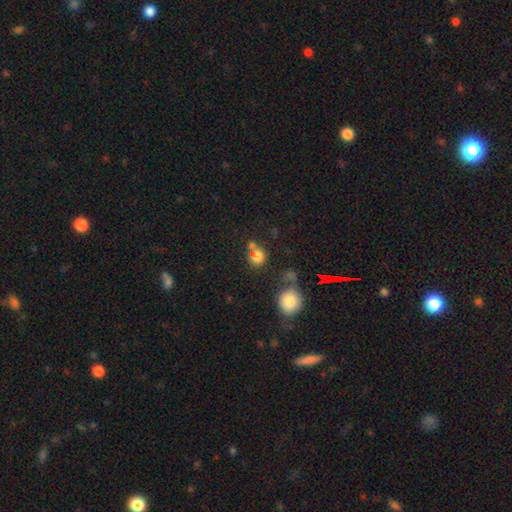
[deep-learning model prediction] Q: Smooth or featured?
A: smooth (73%); runner-up: star or artifact (17%)
Q: How rounded?
A: round (65%); runner-up: in between (33%)
Q: Merging?
A: none (50%); runner-up: merger (28%)